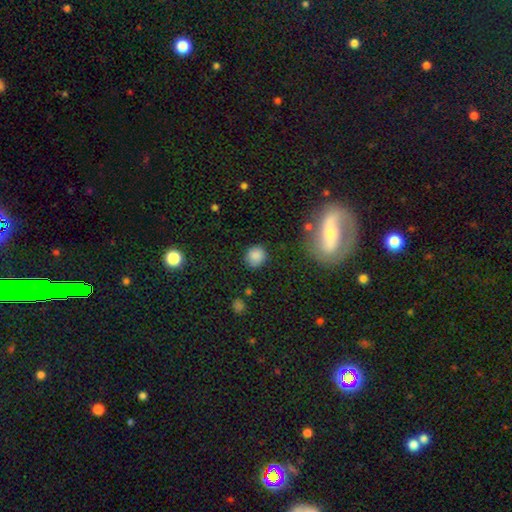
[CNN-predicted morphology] Smooth or featured?
  - smooth: 84% *
  - star or artifact: 11%
  - featured or disk: 5%
How rounded?
  - round: 78% *
  - in between: 21%
  - cigar-shaped: 1%
Merging?
  - none: 82% *
  - minor disturbance: 12%
  - major disturbance: 3%
  - merger: 2%